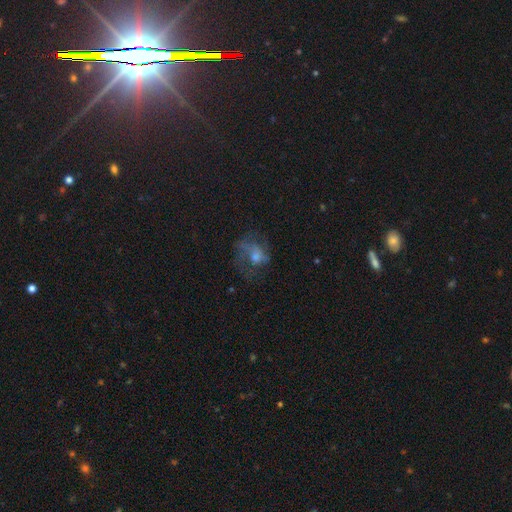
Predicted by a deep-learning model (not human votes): The model was most divided on "merging": none: 44%, major disturbance: 33%, minor disturbance: 21%, merger: 2%. Remaining: smooth or featured — featured or disk (49%).